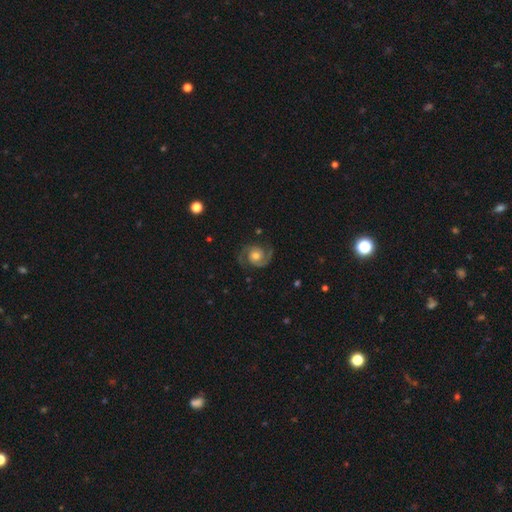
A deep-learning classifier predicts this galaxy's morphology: featured or disk 87%, smooth 7%, star or artifact 6%. Down the decision tree: edge-on disk — no (98%); bar — no (72%); spiral arms — yes (97%); spiral arm count — 2 (92%); spiral winding — medium (51%); bulge size — moderate (62%); merging — none (81%).